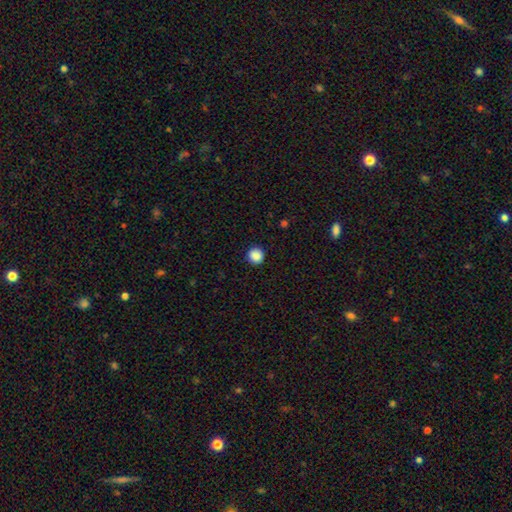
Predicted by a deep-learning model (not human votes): smooth 88%, star or artifact 9%, featured or disk 3%. Down the decision tree: how rounded — round (94%); merging — none (92%).